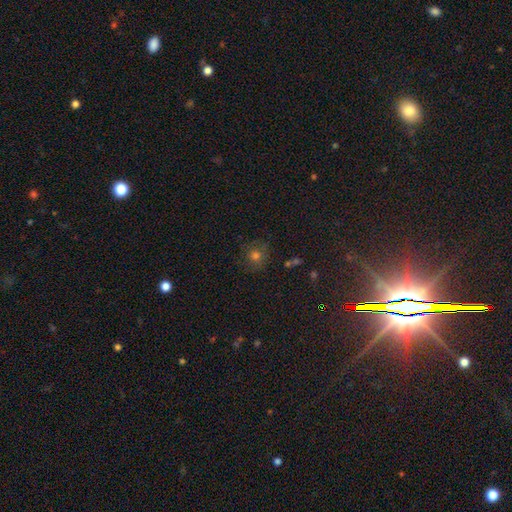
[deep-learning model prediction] Morphology: type=smooth (61%); roundness=round (88%); merging=none (77%).